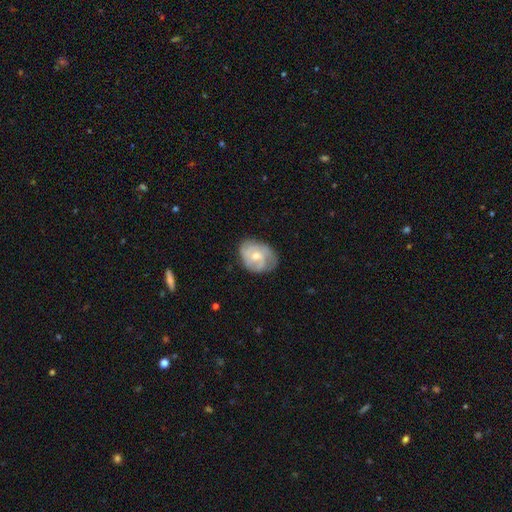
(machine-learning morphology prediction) type=featured or disk (69%); edge-on=no (97%); bar=no (68%); spiral arms=yes (89%); winding=tight (49%); arm count=3 (31%); bulge=moderate (52%); merging=none (67%).